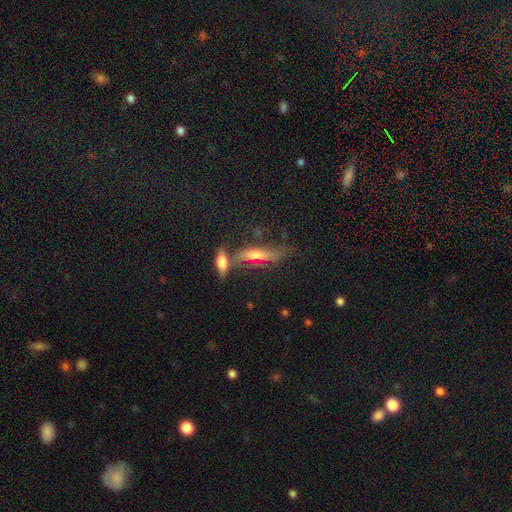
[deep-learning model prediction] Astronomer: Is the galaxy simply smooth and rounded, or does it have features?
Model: smooth — 48% (runner-up: featured or disk, 41%).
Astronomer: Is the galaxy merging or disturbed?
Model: none — 45% (runner-up: merger, 28%).